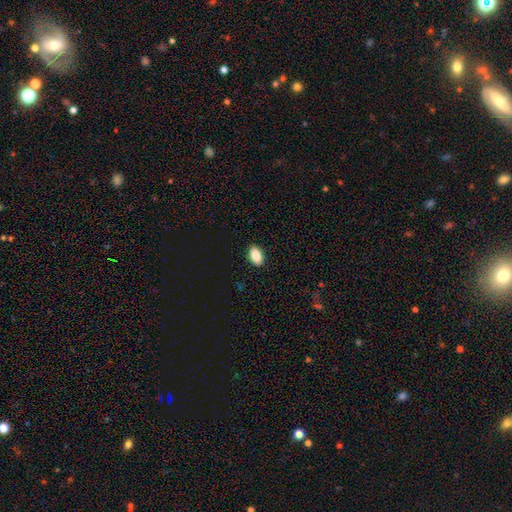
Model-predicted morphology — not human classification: A smooth galaxy with no disk features (87%) that is in between round and cigar-shaped (91%).

Vote fractions:
- Smooth or featured? smooth: 87% / star or artifact: 8% / featured or disk: 6%
- How rounded? in between: 91% / round: 7% / cigar-shaped: 3%
- Merging? none: 90% / minor disturbance: 8% / major disturbance: 2% / merger: 1%